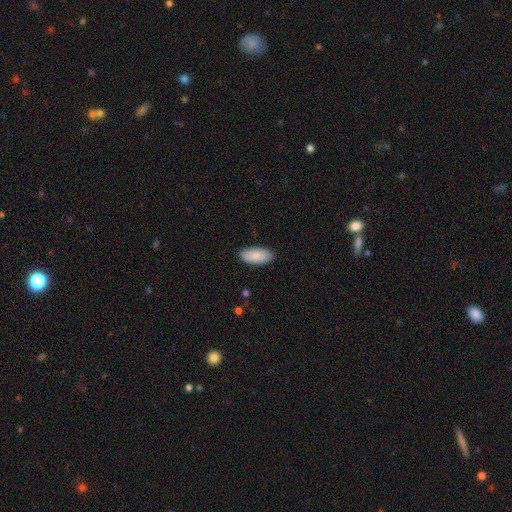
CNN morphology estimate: Smooth or featured: smooth — 87% (featured or disk — 8%)
How rounded: in between — 91% (cigar-shaped — 7%)
Merging: none — 88% (minor disturbance — 9%)